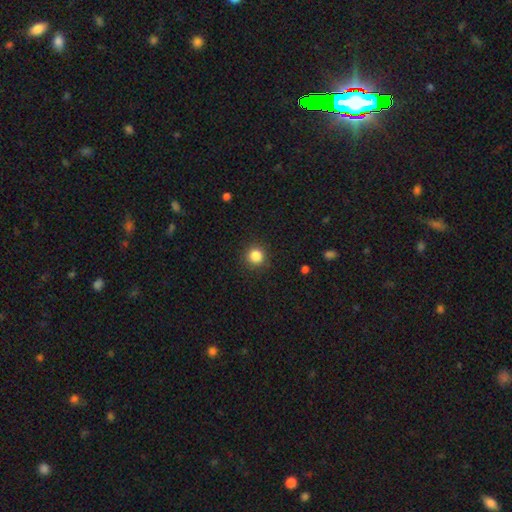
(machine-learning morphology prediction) smooth_or_featured: smooth (p=0.85) [alt: star or artifact p=0.11]
how_rounded: round (p=0.94) [alt: in between p=0.05]
merging: none (p=0.90) [alt: minor disturbance p=0.06]